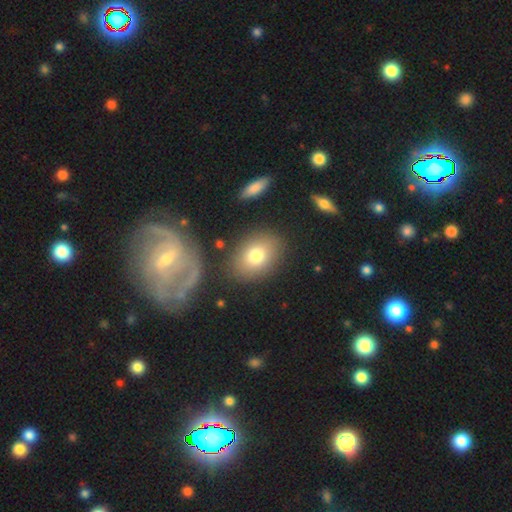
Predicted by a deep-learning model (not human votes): A smooth galaxy with no disk features (77%) that is in between round and cigar-shaped (69%).

Vote fractions:
- Smooth or featured? smooth: 77% / featured or disk: 13% / star or artifact: 9%
- How rounded? in between: 69% / round: 29% / cigar-shaped: 1%
- Merging? none: 81% / minor disturbance: 11% / merger: 4% / major disturbance: 4%